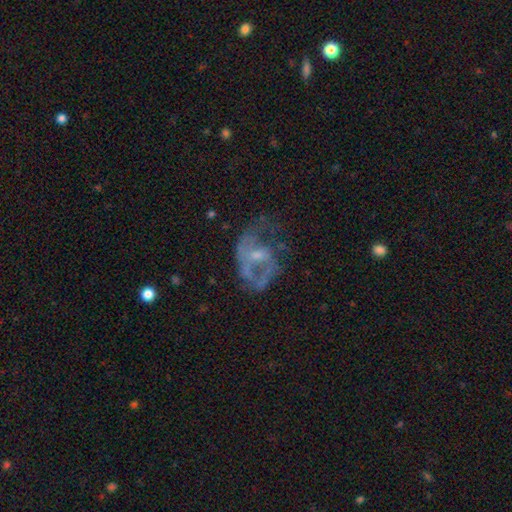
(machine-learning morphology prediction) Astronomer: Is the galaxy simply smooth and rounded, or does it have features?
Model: featured or disk — 72%.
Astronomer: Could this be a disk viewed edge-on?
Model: no — 97%.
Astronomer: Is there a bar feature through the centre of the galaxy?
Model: no — 58% (runner-up: weak, 34%).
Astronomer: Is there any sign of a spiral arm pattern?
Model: yes — 61% (runner-up: no, 39%).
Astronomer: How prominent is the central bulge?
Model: small — 52% (runner-up: moderate, 31%).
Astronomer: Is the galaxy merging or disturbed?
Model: major disturbance — 38% (runner-up: none, 37%).